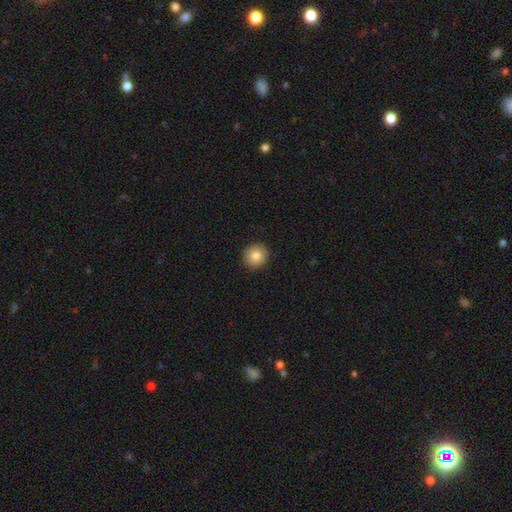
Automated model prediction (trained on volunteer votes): Smooth or featured: smooth — 83% (star or artifact — 9%)
How rounded: round — 92% (in between — 7%)
Merging: none — 92% (minor disturbance — 6%)